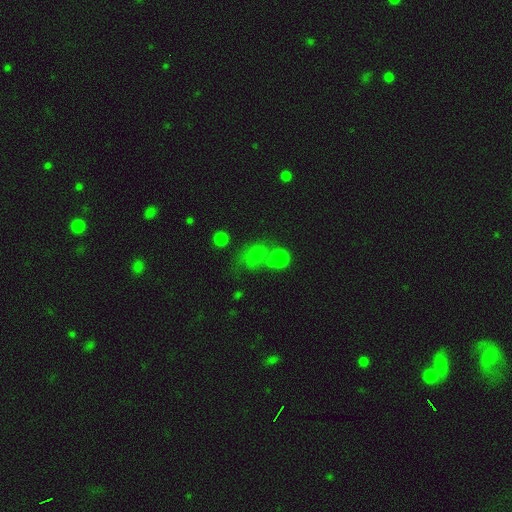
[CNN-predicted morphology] This appears to be a smooth galaxy with no disk features (69%) that is round (65%). Merging: none (45%).